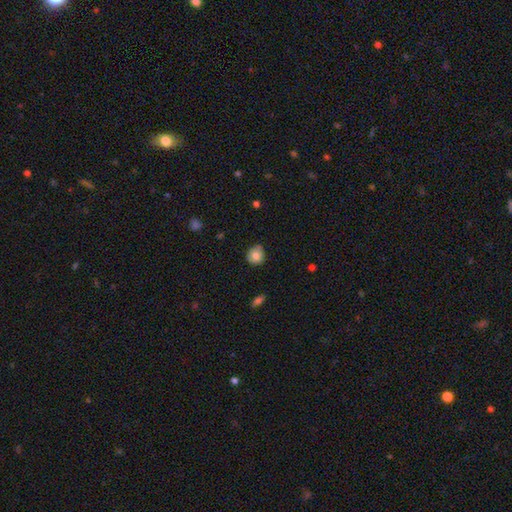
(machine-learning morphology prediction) The model was most divided on "merging": none: 76%, minor disturbance: 20%, major disturbance: 3%, merger: 1%. More confident: how rounded — round (87%); smooth or featured — smooth (79%).